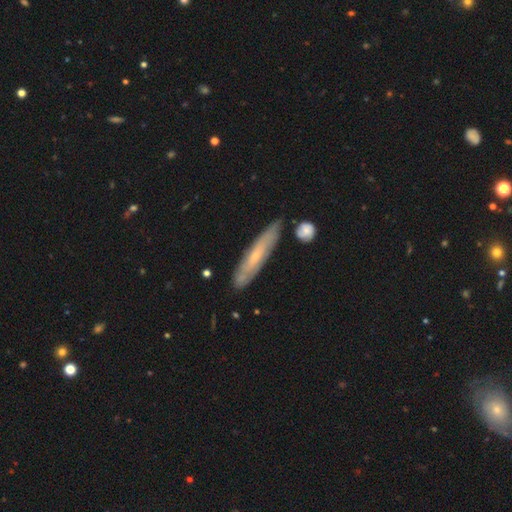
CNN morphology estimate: Overall: featured or disk (55%; smooth 39%). Edge-on disk: yes (55%; no 45%). Merging: none (79%).